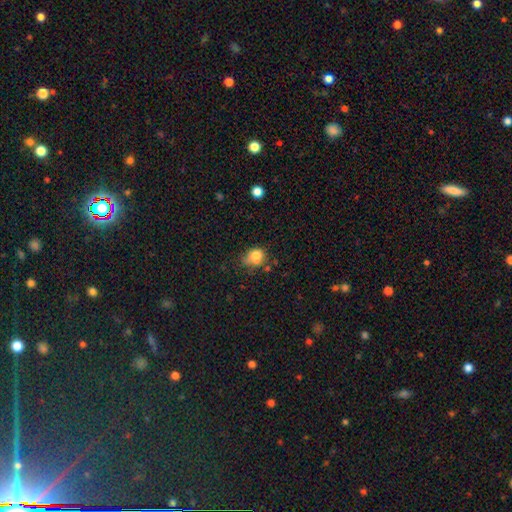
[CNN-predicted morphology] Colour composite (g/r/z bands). It shows a smooth galaxy with no disk features (74%) that is in between round and cigar-shaped (50%). Merging: none (37%).